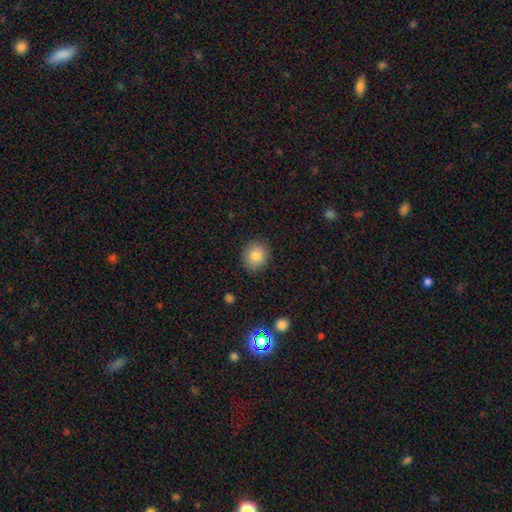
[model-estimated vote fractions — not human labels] Overall: smooth (83%). How rounded: round (75%). Merging: none (88%).